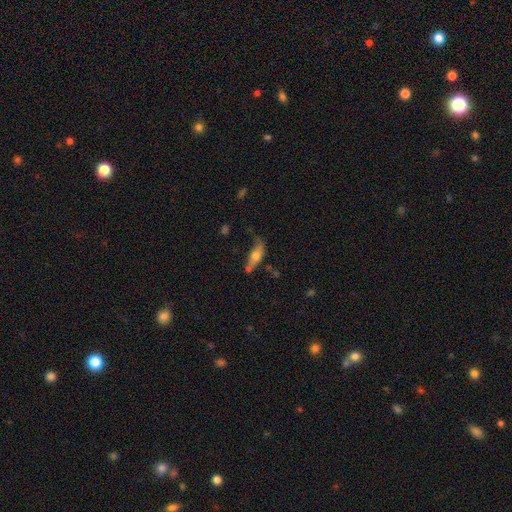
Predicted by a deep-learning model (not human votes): Morphology: type=smooth (57%); roundness=in between (64%); merging=none (43%).